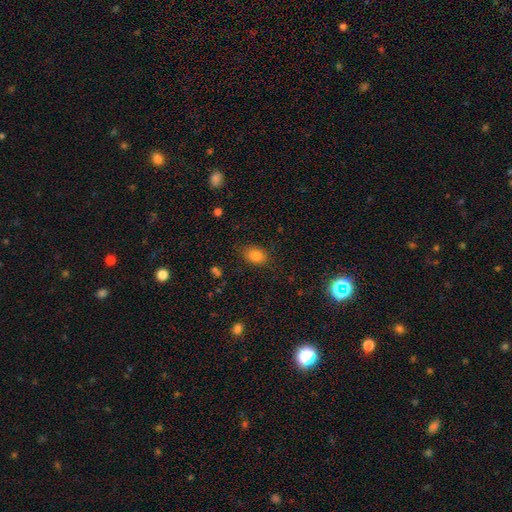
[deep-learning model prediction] A smooth galaxy with no disk features (83%) that is in between round and cigar-shaped (74%).

Vote fractions:
- Smooth or featured? smooth: 83% / star or artifact: 10% / featured or disk: 6%
- How rounded? in between: 74% / round: 25% / cigar-shaped: 1%
- Merging? none: 79% / minor disturbance: 15% / major disturbance: 4% / merger: 1%